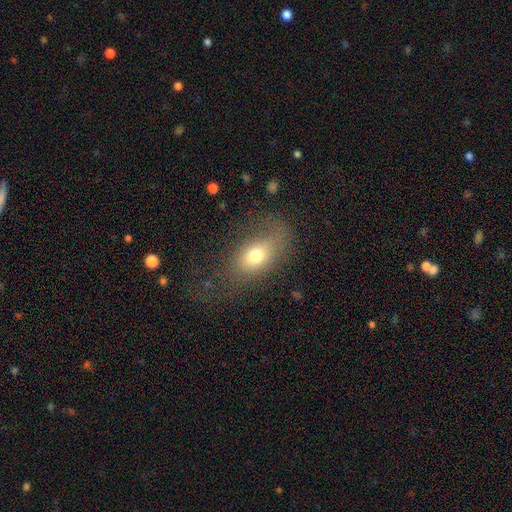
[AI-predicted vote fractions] Smooth or featured? smooth (69%)
How rounded? in between (81%)
Merging? none (60%)